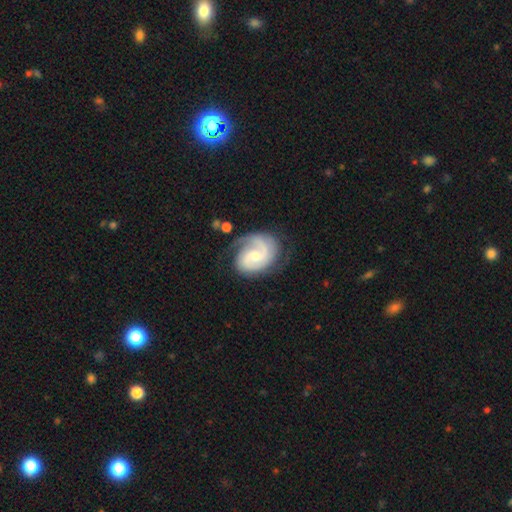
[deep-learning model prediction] Smooth or featured? Predicted: featured or disk (p=0.85). Edge-on disk? Predicted: no (p=0.98). Bar? Predicted: no (p=0.54). Spiral arms? Predicted: yes (p=0.97). Spiral winding? Predicted: tight (p=0.46). Spiral arm count? Predicted: 2 (p=0.66). Bulge size? Predicted: moderate (p=0.44). Merging? Predicted: none (p=0.65).